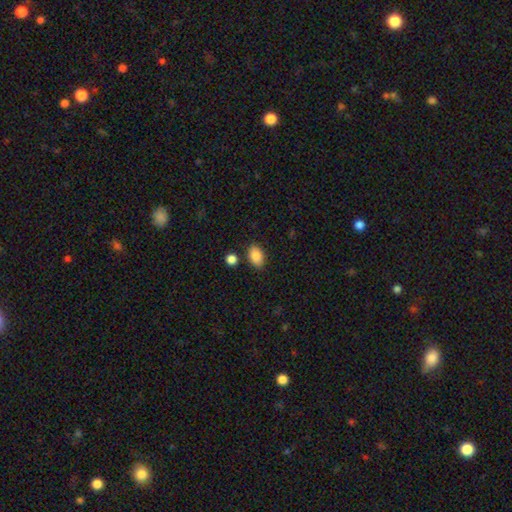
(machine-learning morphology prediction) smooth-or-featured: smooth: 87% | star or artifact: 8% | featured or disk: 5%
  how-rounded: in between: 87% | round: 11% | cigar-shaped: 1%
  merging: none: 83% | minor disturbance: 10% | merger: 4% | major disturbance: 3%